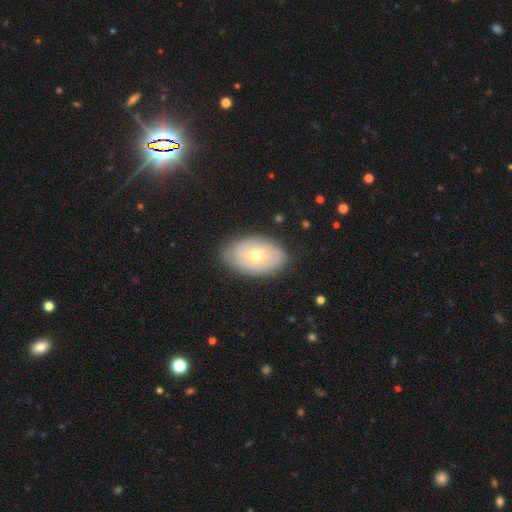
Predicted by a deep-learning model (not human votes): featured or disk 54%, smooth 39%, star or artifact 7%. Down the decision tree: edge-on disk — no (92%); bar — no (89%); spiral arms — no (54%); bulge size — small (50%); merging — none (80%).